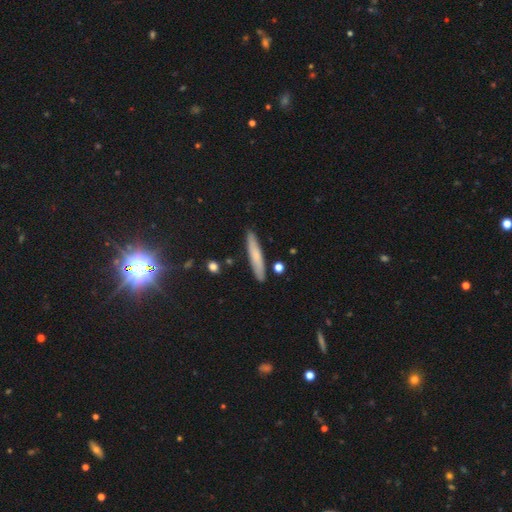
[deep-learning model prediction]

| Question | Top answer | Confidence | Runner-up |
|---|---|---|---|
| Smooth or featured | smooth | 68% | featured or disk (24%) |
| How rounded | cigar-shaped | 91% | in between (8%) |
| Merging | none | 86% | minor disturbance (9%) |